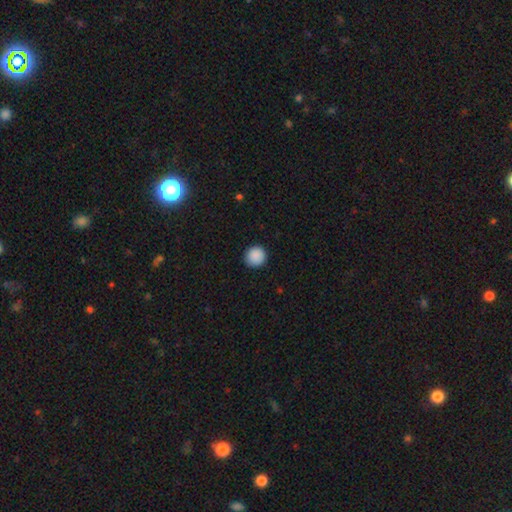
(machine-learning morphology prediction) This is clearly a smooth galaxy (90%). How rounded: clearly round (95%). Merging: clearly none (92%).